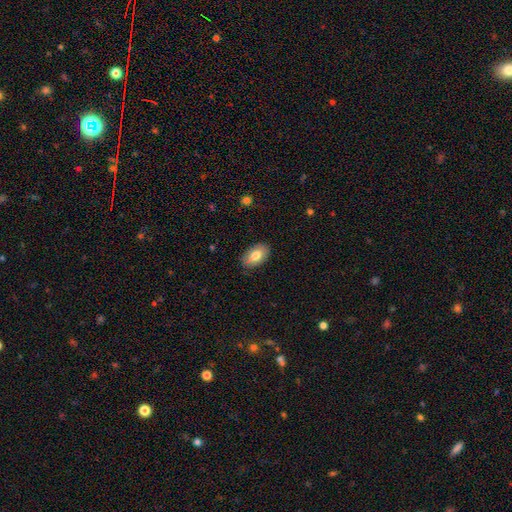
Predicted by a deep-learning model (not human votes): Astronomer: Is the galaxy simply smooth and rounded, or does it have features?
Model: smooth — 79%.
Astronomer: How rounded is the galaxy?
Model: in between — 94%.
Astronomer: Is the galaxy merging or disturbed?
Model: none — 85%.